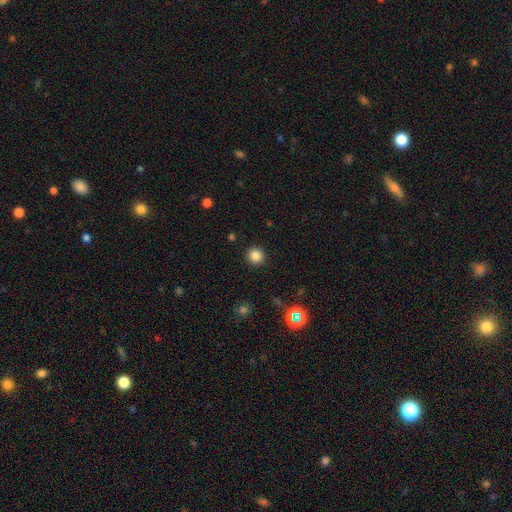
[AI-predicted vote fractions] The model was most divided on "smooth or featured": smooth: 83%, star or artifact: 13%, featured or disk: 4%. More confident: how rounded — round (93%); merging — none (92%).